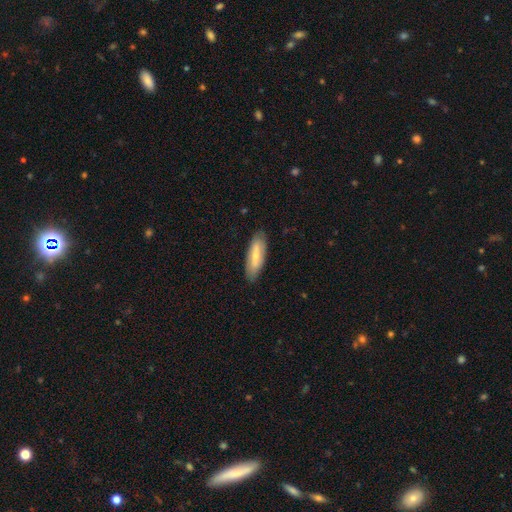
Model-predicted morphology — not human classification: This is likely a smooth galaxy (62%). How rounded: possibly in between (58%). Merging: clearly none (84%).